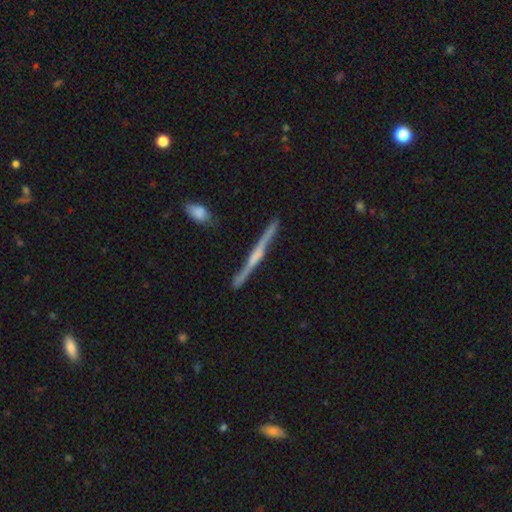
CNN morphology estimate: smooth_or_featured: featured or disk (p=0.77) [alt: smooth p=0.18]
disk_edge_on: yes (p=0.97) [alt: no p=0.03]
edge_on_bulge: rounded (p=0.52) [alt: none p=0.26]
merging: none (p=0.86) [alt: minor disturbance p=0.10]